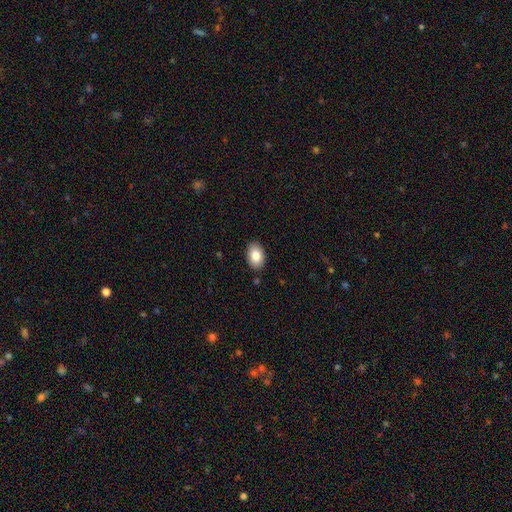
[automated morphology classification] A smooth galaxy with no disk features (84%) that is in between round and cigar-shaped (88%). Merging: none (88%).